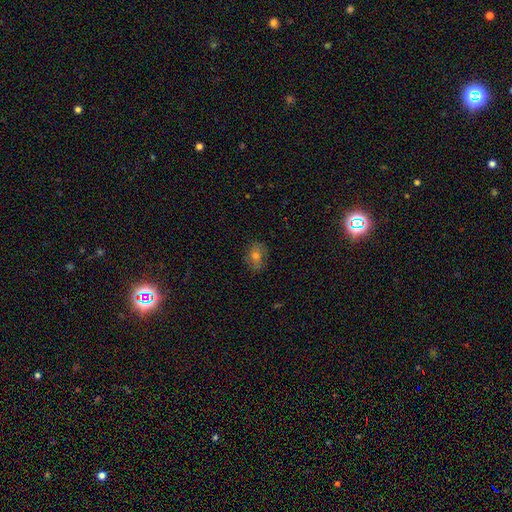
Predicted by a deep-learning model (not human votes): Q: Smooth or featured?
A: smooth (61%); runner-up: featured or disk (24%)
Q: How rounded?
A: in between (60%); runner-up: round (39%)
Q: Merging?
A: none (80%); runner-up: minor disturbance (15%)